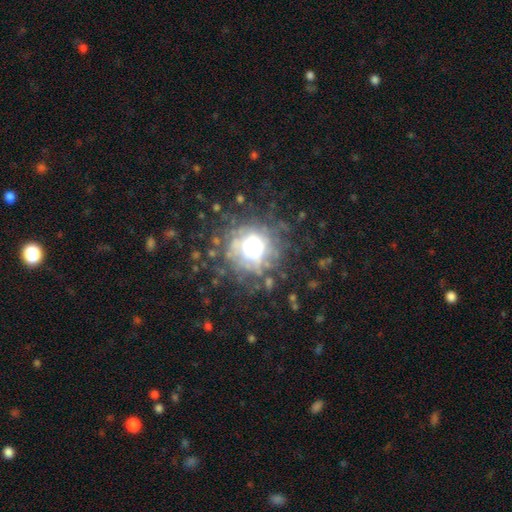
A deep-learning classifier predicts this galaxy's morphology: Smooth or featured? featured or disk (49%)
Merging? none (57%)